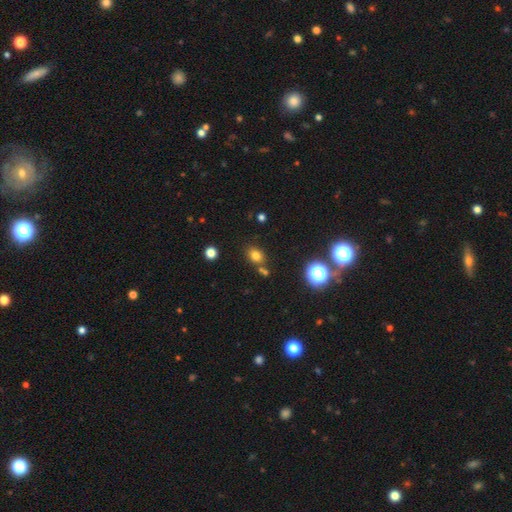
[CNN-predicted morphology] smooth 75%, star or artifact 17%, featured or disk 8%. Down the decision tree: how rounded — in between (52%); merging — none (71%).